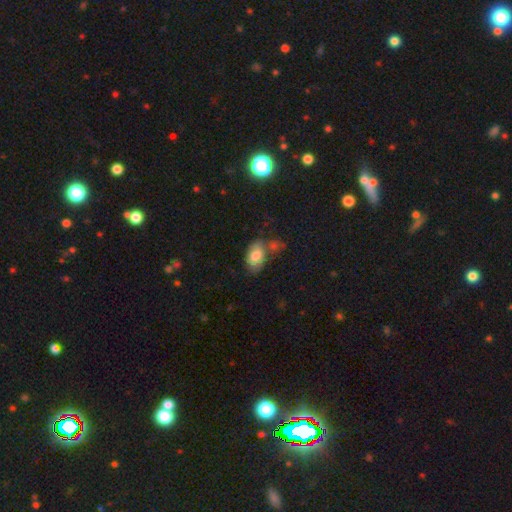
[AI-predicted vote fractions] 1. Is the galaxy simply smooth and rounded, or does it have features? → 77% smooth, 15% featured or disk, 7% star or artifact.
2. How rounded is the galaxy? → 90% in between, 8% round, 1% cigar-shaped.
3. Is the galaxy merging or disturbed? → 51% none, 22% minor disturbance, 19% merger, 8% major disturbance.